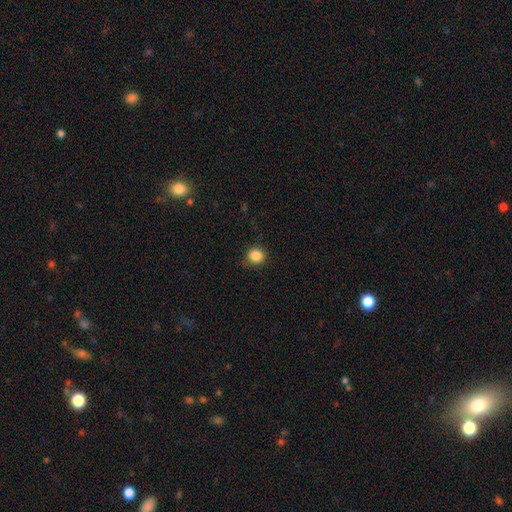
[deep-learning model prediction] Smooth or featured? Predicted: smooth (p=0.86). How rounded? Predicted: round (p=0.88). Merging? Predicted: none (p=0.84).